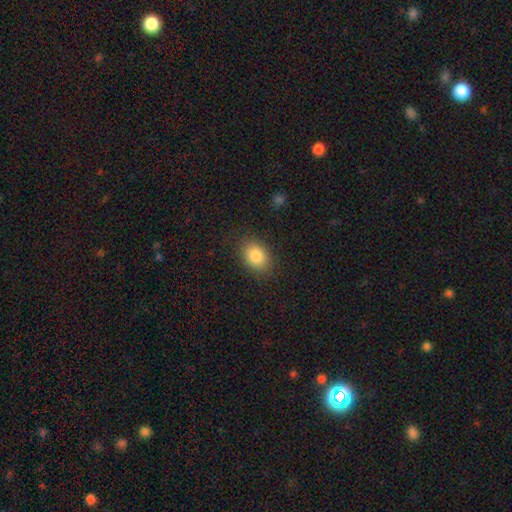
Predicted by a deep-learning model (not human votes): The model was most divided on "how rounded": in between: 72%, round: 27%, cigar-shaped: 1%. More confident: merging — none (85%); smooth or featured — smooth (84%).